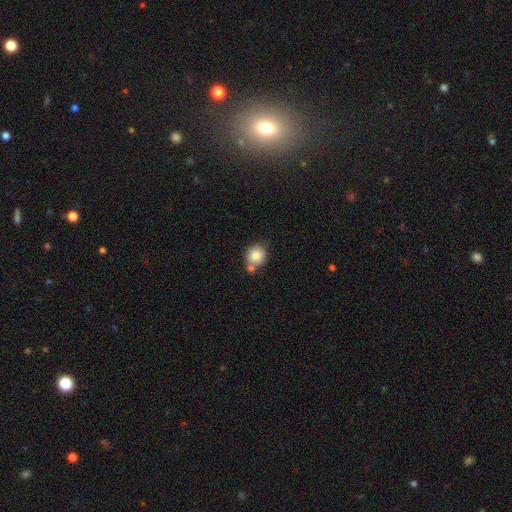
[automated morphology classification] smooth 80%, featured or disk 10%, star or artifact 9%. Down the decision tree: how rounded — round (85%); merging — none (61%).